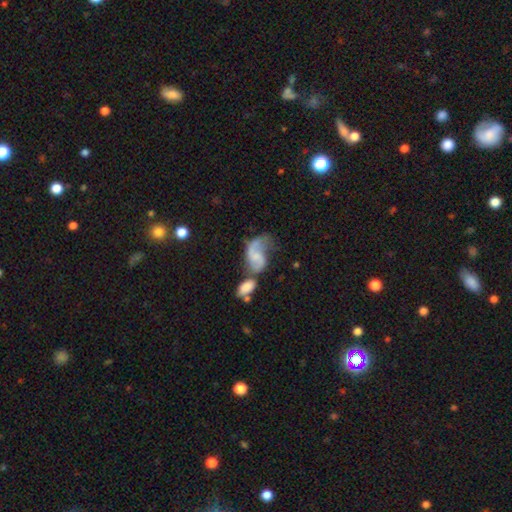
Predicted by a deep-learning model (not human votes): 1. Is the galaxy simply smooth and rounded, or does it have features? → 61% featured or disk, 31% smooth, 8% star or artifact.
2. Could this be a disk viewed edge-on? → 97% no, 3% yes.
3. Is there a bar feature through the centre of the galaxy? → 59% no, 33% weak, 8% strong.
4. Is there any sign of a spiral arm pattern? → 82% yes, 18% no.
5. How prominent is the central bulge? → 39% small, 37% none, 18% moderate, 4% large, 2% dominant.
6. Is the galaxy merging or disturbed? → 42% merger, 22% major disturbance, 20% none, 16% minor disturbance.